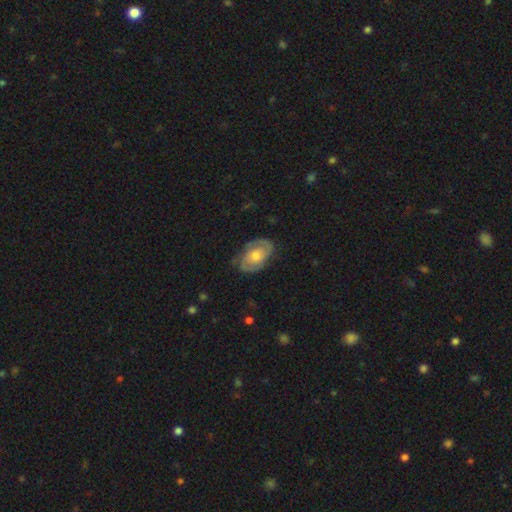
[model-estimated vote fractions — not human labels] Smooth or featured?
  - featured or disk: 71% *
  - smooth: 23%
  - star or artifact: 6%
Edge-on disk?
  - no: 96% *
  - yes: 4%
Bar?
  - no: 73% *
  - weak: 23%
  - strong: 4%
Spiral arms?
  - yes: 87% *
  - no: 13%
Spiral winding?
  - tight: 50% *
  - medium: 37%
  - loose: 13%
Spiral arm count?
  - 2: 74% *
  - can't tell: 16%
  - 3: 4%
  - 1: 4%
  - 4: 2%
  - more than 4: 2%
Bulge size?
  - moderate: 65% *
  - small: 20%
  - large: 12%
  - none: 3%
  - dominant: 1%
Merging?
  - none: 75% *
  - minor disturbance: 18%
  - major disturbance: 6%
  - merger: 1%